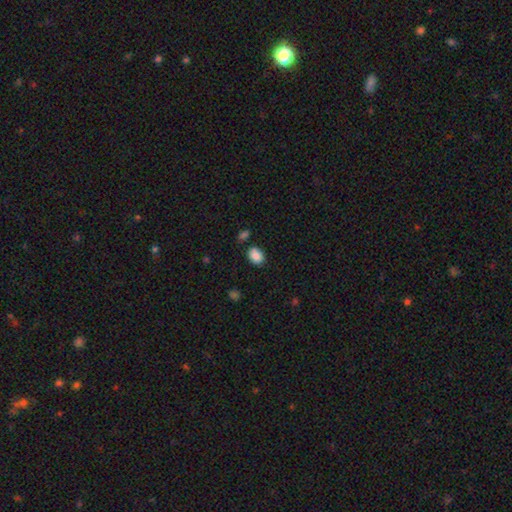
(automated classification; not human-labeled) Morphology: type=smooth (86%); roundness=in between (64%); merging=none (75%).